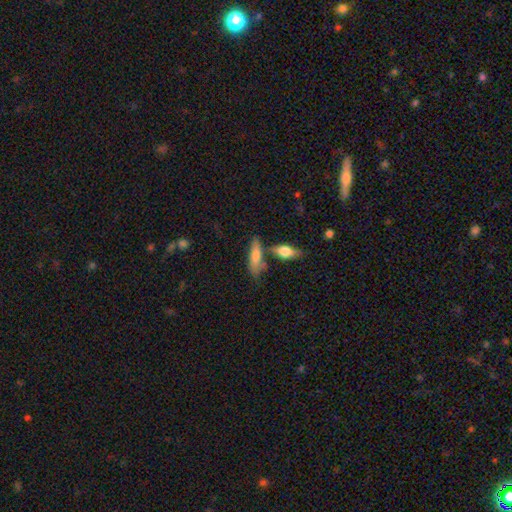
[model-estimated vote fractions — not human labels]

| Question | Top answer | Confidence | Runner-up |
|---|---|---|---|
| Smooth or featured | smooth | 63% | featured or disk (29%) |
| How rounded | cigar-shaped | 54% | in between (42%) |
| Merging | none | 58% | merger (20%) |